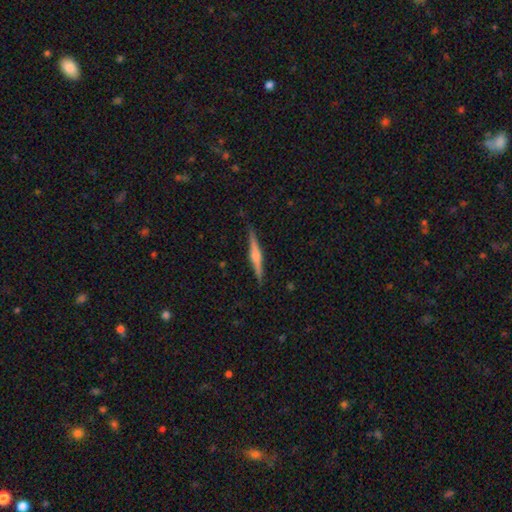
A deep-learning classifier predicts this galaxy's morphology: smooth_or_featured: featured or disk (p=0.70) [alt: smooth p=0.24]
disk_edge_on: yes (p=0.98) [alt: no p=0.02]
edge_on_bulge: rounded (p=0.82) [alt: boxy p=0.12]
merging: none (p=0.90) [alt: minor disturbance p=0.08]